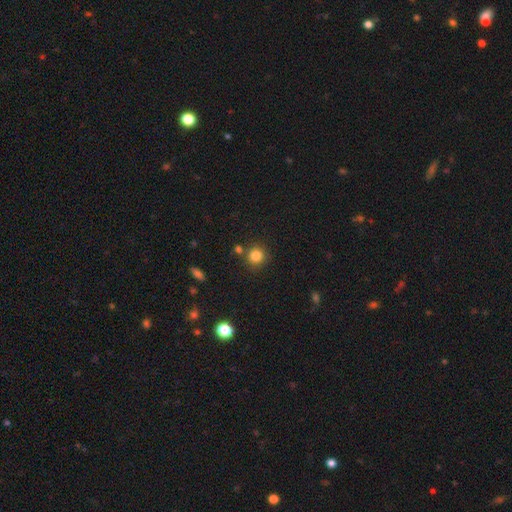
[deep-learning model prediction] smooth 83%, star or artifact 12%, featured or disk 5%. Down the decision tree: how rounded — round (91%); merging — none (80%).